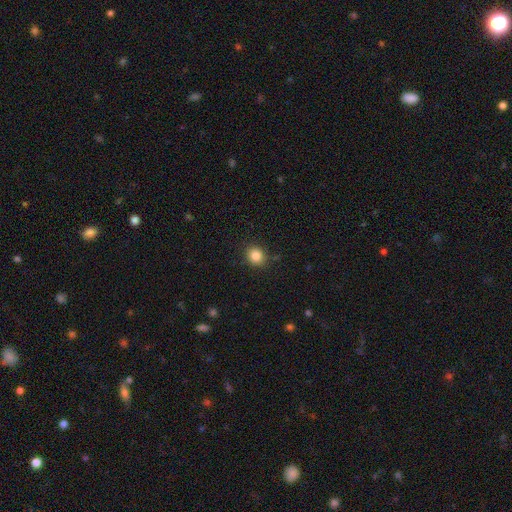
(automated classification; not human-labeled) This appears to be a smooth galaxy with no disk features (84%) that is round (79%). Merging: none (88%).